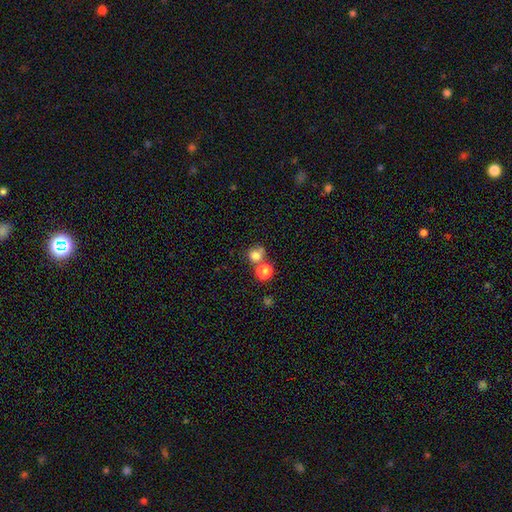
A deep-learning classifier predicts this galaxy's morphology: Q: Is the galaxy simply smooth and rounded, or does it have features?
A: smooth — 77%.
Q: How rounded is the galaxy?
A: round — 85%.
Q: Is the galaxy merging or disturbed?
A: none — 55%.